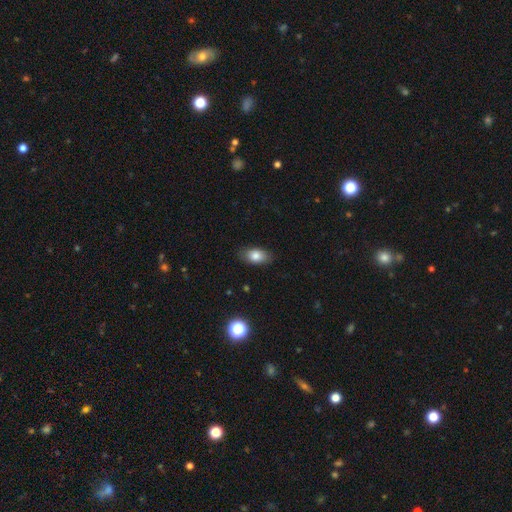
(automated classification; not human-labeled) This appears to be a smooth galaxy with no disk features (81%) that is in between round and cigar-shaped (89%). Merging: none (84%).